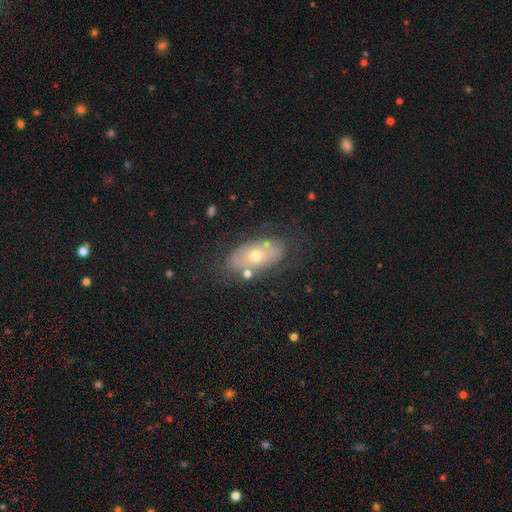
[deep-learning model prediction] Smooth or featured? Predicted: featured or disk (p=0.52). Edge-on disk? Predicted: no (p=0.88). Merging? Predicted: none (p=0.70).